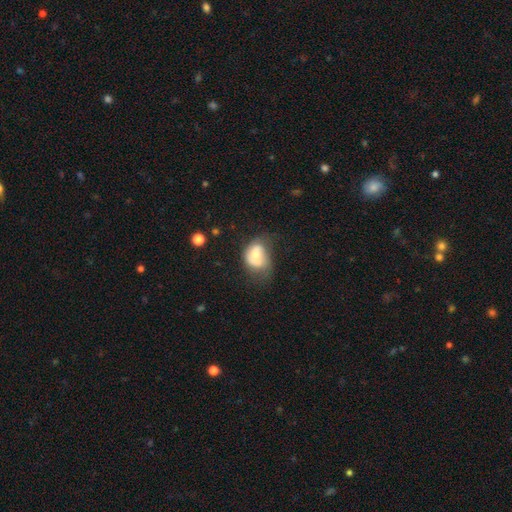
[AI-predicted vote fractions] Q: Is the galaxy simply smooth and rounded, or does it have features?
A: smooth — 63%.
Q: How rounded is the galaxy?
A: in between — 67%.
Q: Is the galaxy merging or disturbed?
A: minor disturbance — 37%.